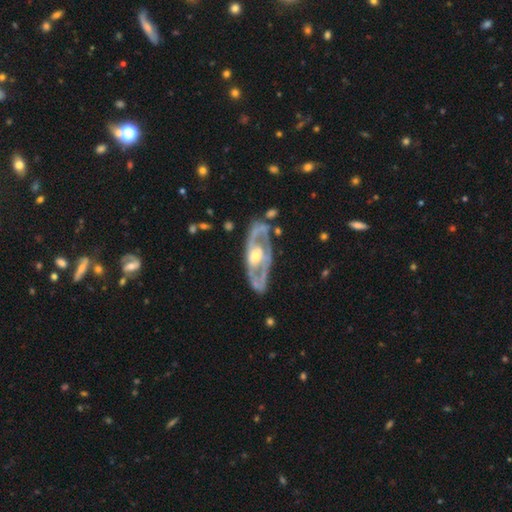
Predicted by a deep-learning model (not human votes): featured or disk 82%, smooth 14%, star or artifact 4%. Down the decision tree: edge-on disk — no (88%); bar — no (62%); spiral arms — yes (66%); bulge size — moderate (68%); merging — none (69%).